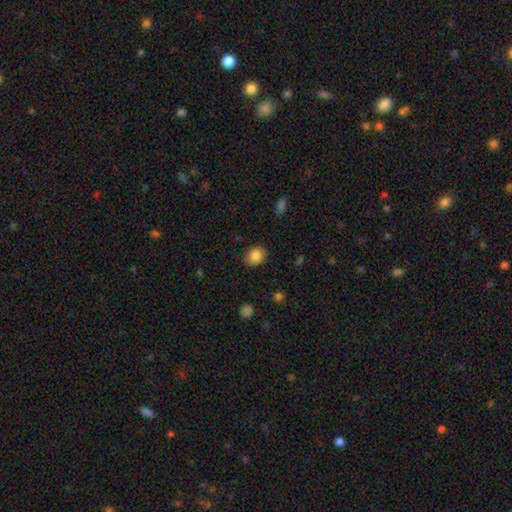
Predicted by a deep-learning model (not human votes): Smooth or featured? Predicted: smooth (p=0.85). How rounded? Predicted: round (p=0.56). Merging? Predicted: none (p=0.85).